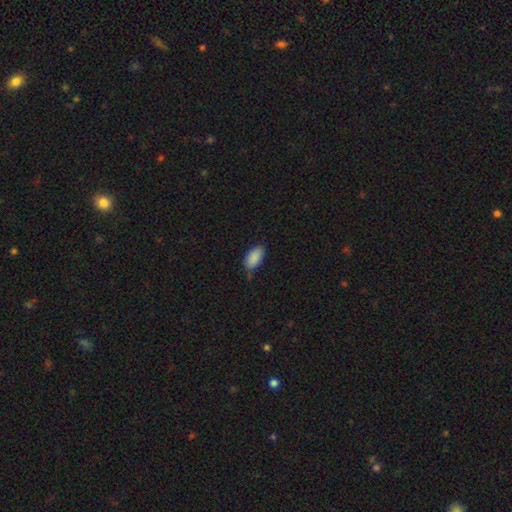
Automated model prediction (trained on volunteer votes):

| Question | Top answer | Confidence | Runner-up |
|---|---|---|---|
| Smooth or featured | smooth | 89% | star or artifact (7%) |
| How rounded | in between | 94% | cigar-shaped (3%) |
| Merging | none | 76% | minor disturbance (19%) |